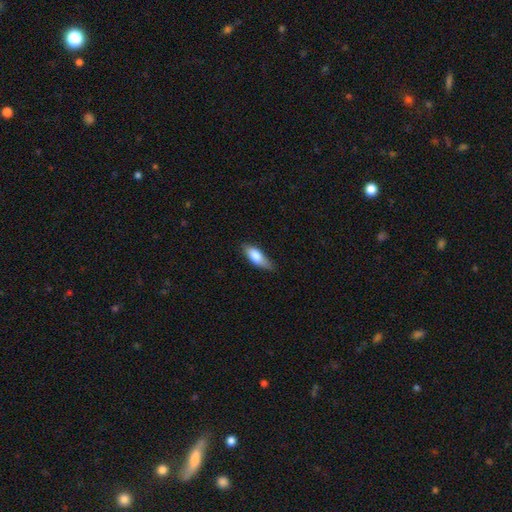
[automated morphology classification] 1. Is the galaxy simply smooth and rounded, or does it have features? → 81% smooth, 13% featured or disk, 6% star or artifact.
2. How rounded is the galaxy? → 72% in between, 26% cigar-shaped, 2% round.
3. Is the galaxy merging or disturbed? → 71% none, 24% minor disturbance, 4% major disturbance, 1% merger.